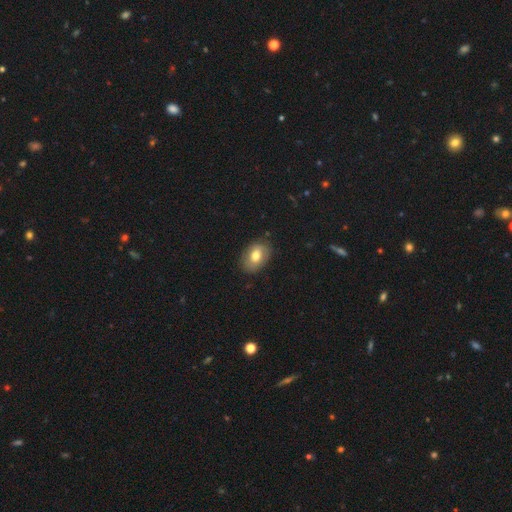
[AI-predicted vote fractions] The model was most divided on "smooth or featured": smooth: 70%, featured or disk: 23%, star or artifact: 8%. More confident: merging — none (82%); how rounded — in between (80%).